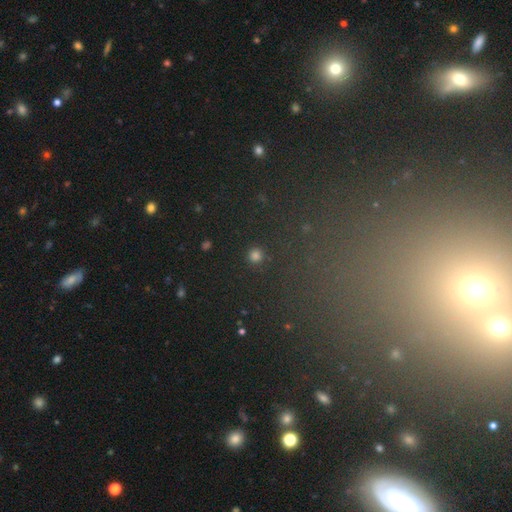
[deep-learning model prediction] The model was most divided on "smooth or featured": star or artifact: 60%, smooth: 30%, featured or disk: 10%.